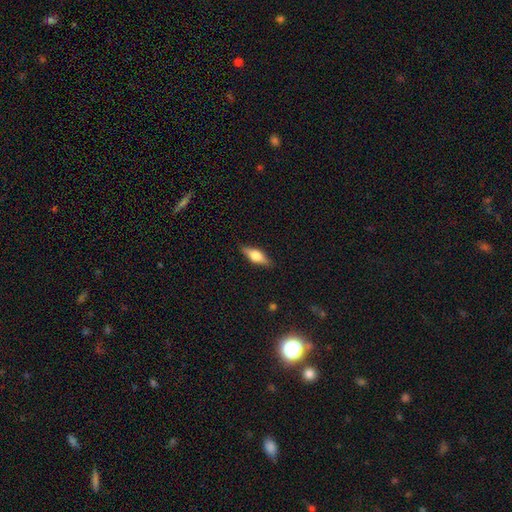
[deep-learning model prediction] This is possibly a smooth galaxy (54%). How rounded: likely in between (64%). Merging: clearly none (85%).